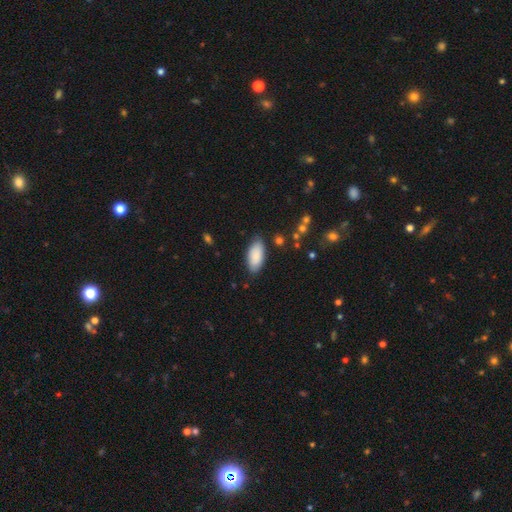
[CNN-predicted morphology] Smooth or featured?
  - smooth: 87% *
  - featured or disk: 7%
  - star or artifact: 6%
How rounded?
  - in between: 91% *
  - cigar-shaped: 7%
  - round: 2%
Merging?
  - none: 82% *
  - minor disturbance: 13%
  - major disturbance: 3%
  - merger: 1%